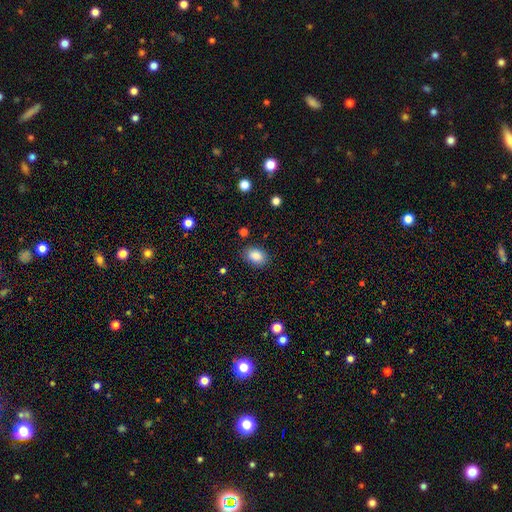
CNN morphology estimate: Smooth or featured?
  - smooth: 87% *
  - star or artifact: 8%
  - featured or disk: 5%
How rounded?
  - in between: 82% *
  - round: 17%
  - cigar-shaped: 1%
Merging?
  - none: 86% *
  - minor disturbance: 10%
  - major disturbance: 3%
  - merger: 1%